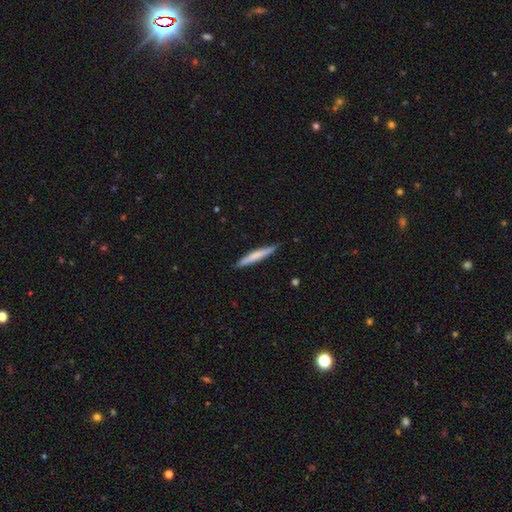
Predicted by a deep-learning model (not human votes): Smooth or featured? Predicted: smooth (p=0.65). How rounded? Predicted: cigar-shaped (p=0.95). Merging? Predicted: none (p=0.89).